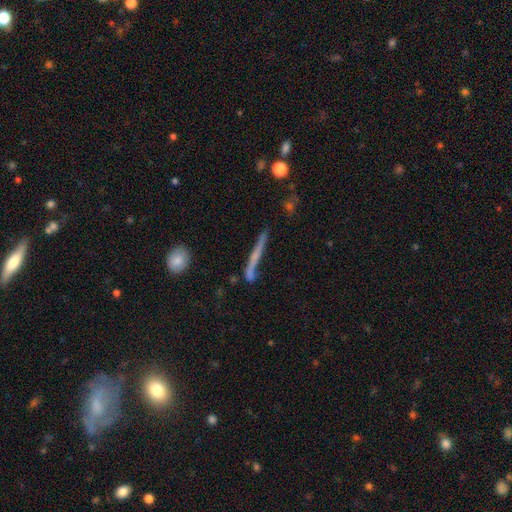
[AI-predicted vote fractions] Smooth or featured: featured or disk — 52% (smooth — 40%)
Edge-on disk: yes — 89% (no — 11%)
Merging: none — 66% (minor disturbance — 19%)